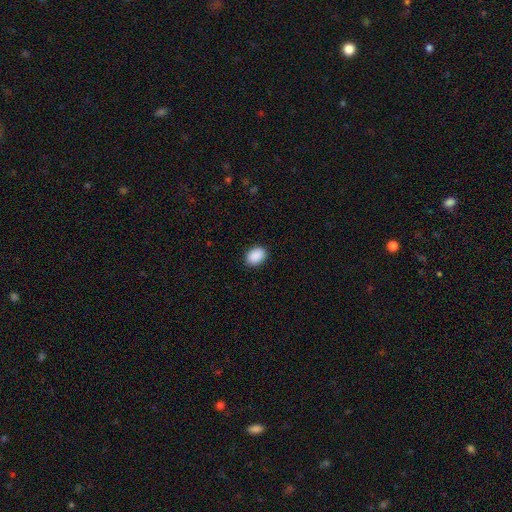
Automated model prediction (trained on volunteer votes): smooth 91%, star or artifact 7%, featured or disk 2%. Down the decision tree: how rounded — in between (74%); merging — none (90%).